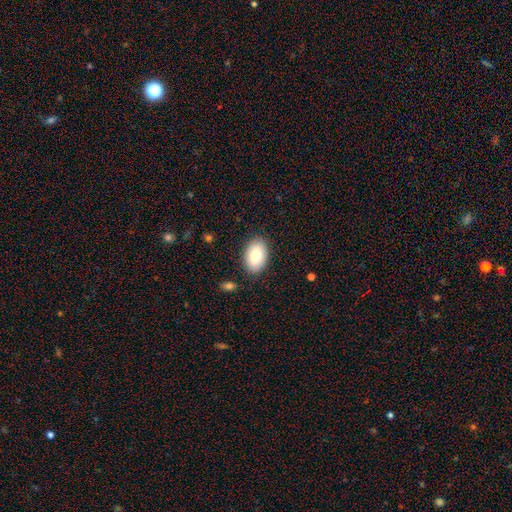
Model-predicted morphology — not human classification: Smooth or featured? Predicted: smooth (p=0.79). How rounded? Predicted: in between (p=0.91). Merging? Predicted: none (p=0.85).